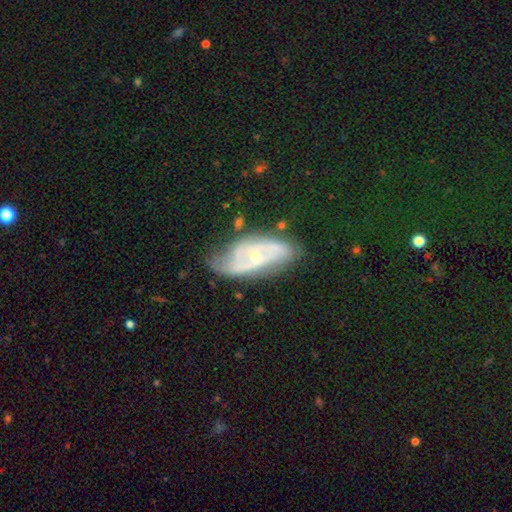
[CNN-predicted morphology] This appears to be a featured or disk galaxy (77%) with no bar (48%), 2 (59%) medium (44%) spiral arms (87%) and a small central bulge (64%). Merging: none (58%).